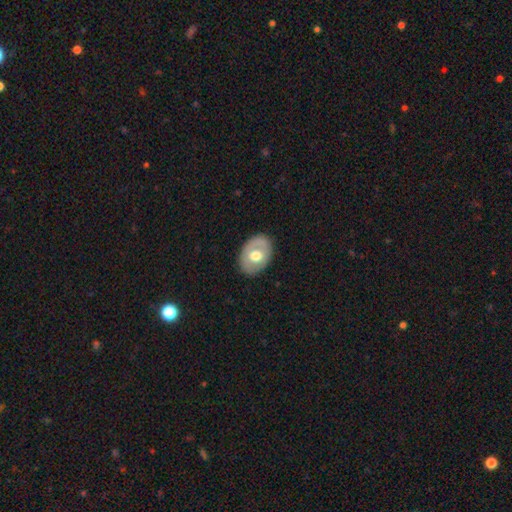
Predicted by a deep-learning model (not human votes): Smooth or featured? smooth (52%)
How rounded? in between (71%)
Merging? none (82%)